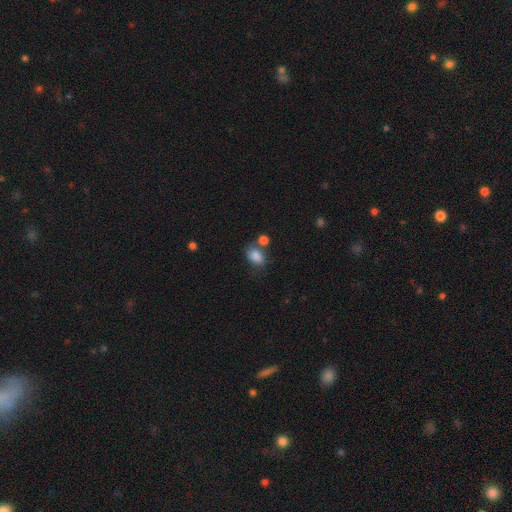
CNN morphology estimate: A smooth galaxy with no disk features (83%) that is in between round and cigar-shaped (74%). Merging: none (47%).